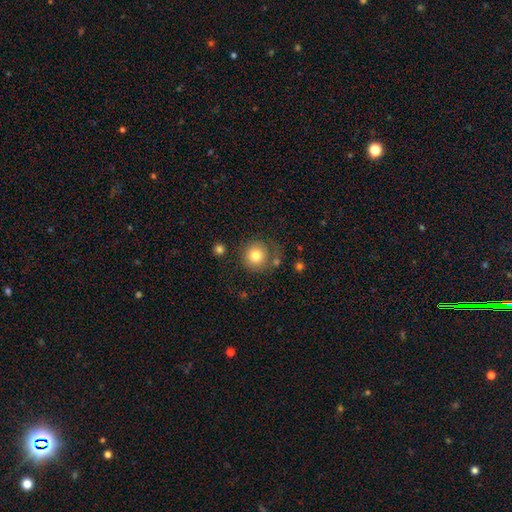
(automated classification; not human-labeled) This is likely a smooth galaxy (80%). How rounded: clearly round (93%). Merging: likely none (69%).